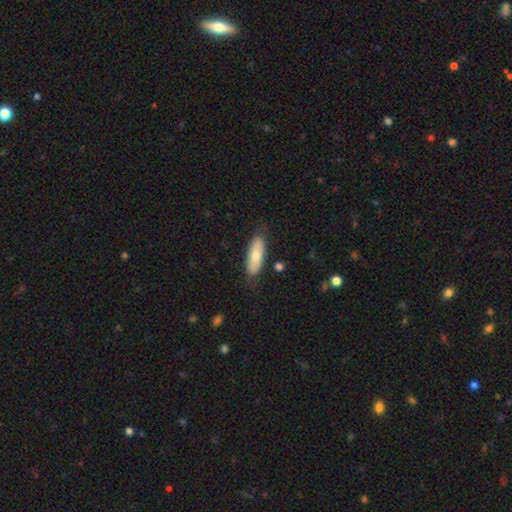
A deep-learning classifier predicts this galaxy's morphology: Q: Smooth or featured?
A: smooth (71%); runner-up: featured or disk (23%)
Q: How rounded?
A: in between (64%); runner-up: cigar-shaped (34%)
Q: Merging?
A: none (78%); runner-up: minor disturbance (16%)